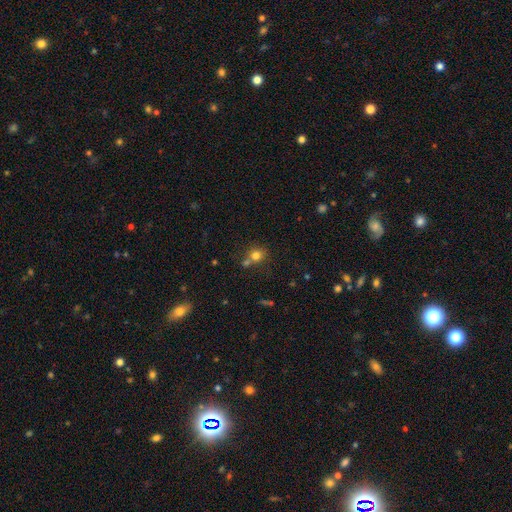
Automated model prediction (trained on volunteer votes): Morphology: type=smooth (77%); roundness=round (80%); merging=none (55%).